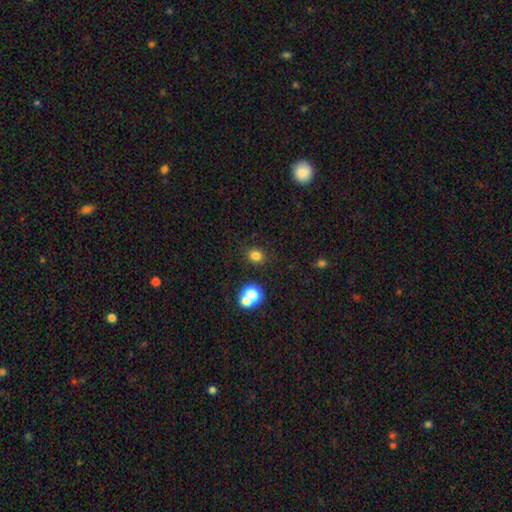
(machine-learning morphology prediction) Smooth or featured? smooth (78%)
How rounded? round (79%)
Merging? none (83%)